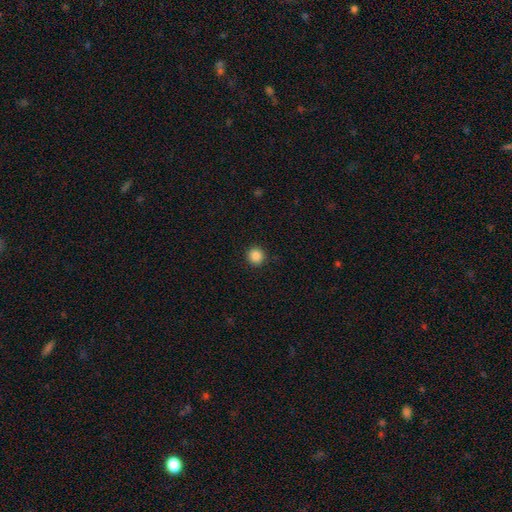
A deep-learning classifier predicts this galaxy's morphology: A smooth galaxy with no disk features (87%) that is round (95%).

Vote fractions:
- Smooth or featured? smooth: 87% / star or artifact: 10% / featured or disk: 3%
- How rounded? round: 95% / in between: 5% / cigar-shaped: 1%
- Merging? none: 92% / minor disturbance: 5% / major disturbance: 2% / merger: 1%